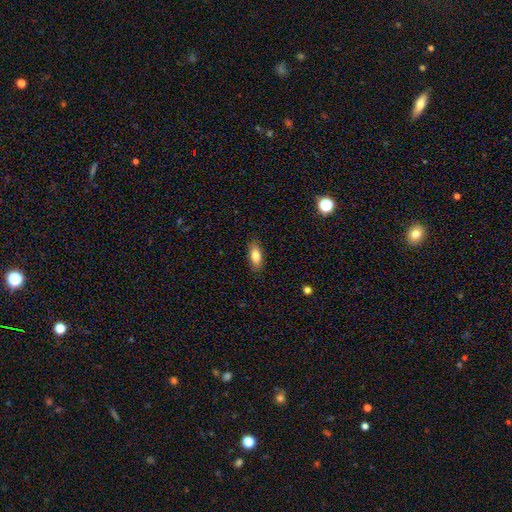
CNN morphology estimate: This appears to be a smooth galaxy with no disk features (82%) that is in between round and cigar-shaped (81%). Merging: none (86%).